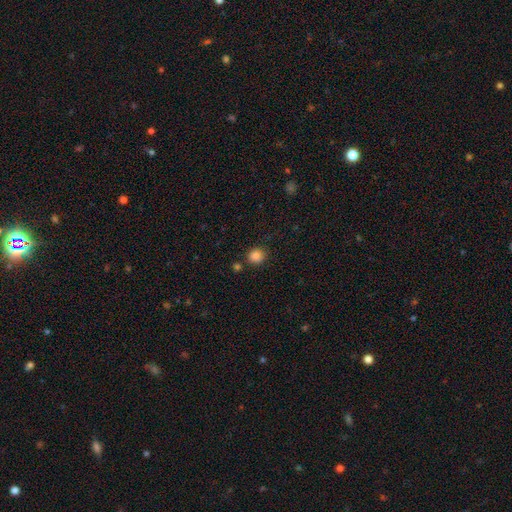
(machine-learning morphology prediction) Smooth or featured: smooth — 85% (star or artifact — 11%)
How rounded: round — 82% (in between — 17%)
Merging: none — 79% (minor disturbance — 11%)